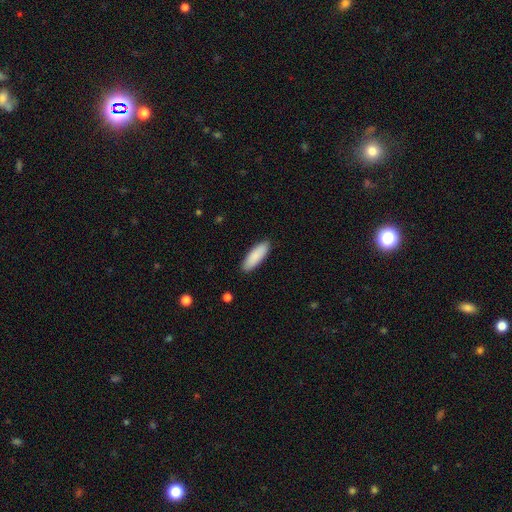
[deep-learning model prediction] Morphology: type=smooth (89%); roundness=in between (55%); merging=none (90%).